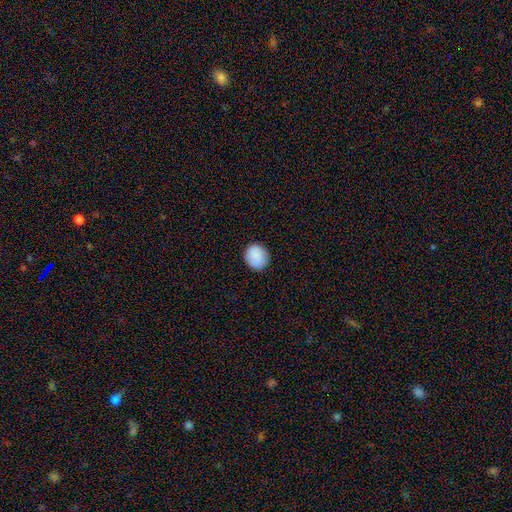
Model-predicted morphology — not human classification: Smooth or featured: smooth — 88% (star or artifact — 7%)
How rounded: round — 74% (in between — 25%)
Merging: none — 87% (minor disturbance — 10%)